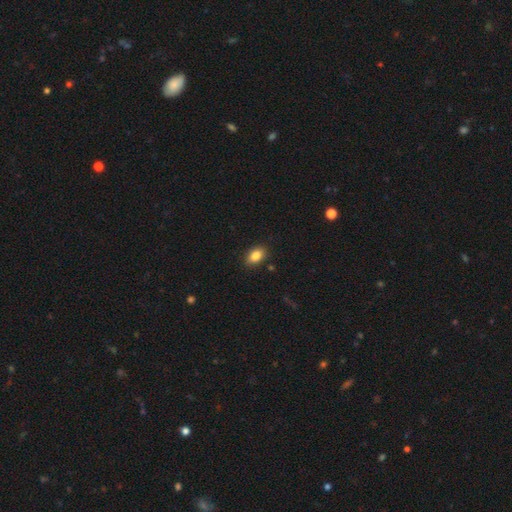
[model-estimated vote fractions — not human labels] smooth-or-featured: smooth: 85% | star or artifact: 8% | featured or disk: 7%
  how-rounded: in between: 87% | round: 11% | cigar-shaped: 2%
  merging: none: 87% | minor disturbance: 10% | major disturbance: 2% | merger: 1%